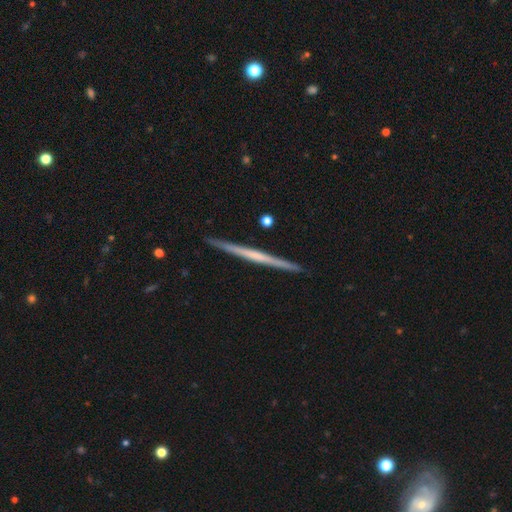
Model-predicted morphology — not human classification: This appears to be a featured or disk galaxy (65%) viewed edge-on (98%) with no central bulge (81%). Merging: none (92%).